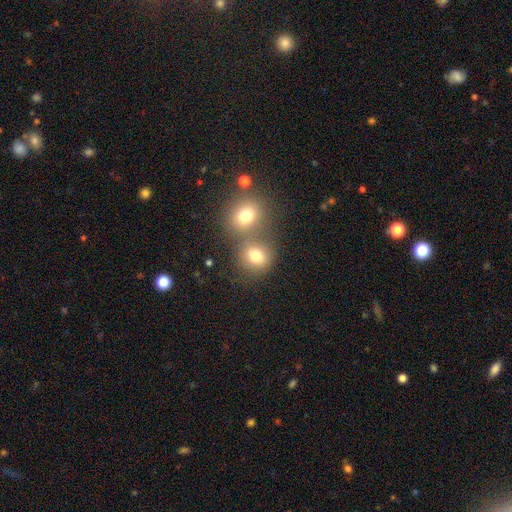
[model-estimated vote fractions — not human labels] Smooth or featured: smooth — 78% (star or artifact — 13%)
How rounded: round — 81% (in between — 18%)
Merging: none — 48% (merger — 41%)